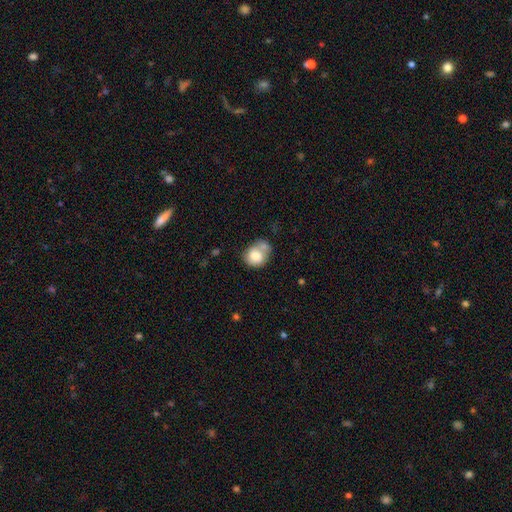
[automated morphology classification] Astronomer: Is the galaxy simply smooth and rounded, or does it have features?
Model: smooth — 76%.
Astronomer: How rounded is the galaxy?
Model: round — 63%.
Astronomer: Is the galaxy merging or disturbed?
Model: merger — 37% (runner-up: none, 33%).